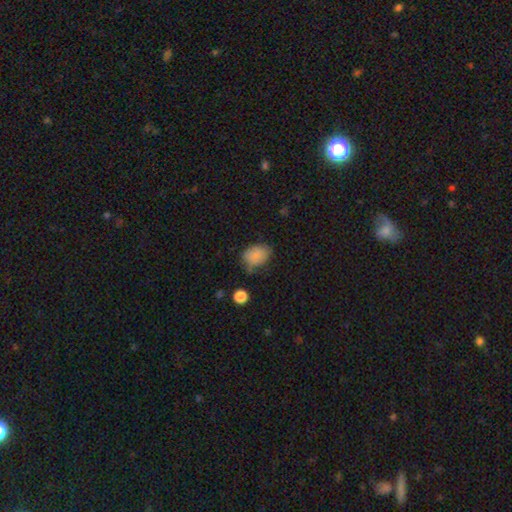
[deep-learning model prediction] Smooth or featured? Predicted: smooth (p=0.81). How rounded? Predicted: in between (p=0.72). Merging? Predicted: none (p=0.56).